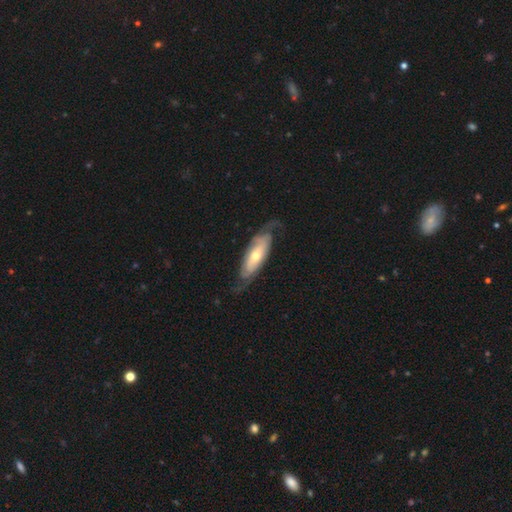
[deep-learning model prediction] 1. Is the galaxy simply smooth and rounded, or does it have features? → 71% featured or disk, 25% smooth, 5% star or artifact.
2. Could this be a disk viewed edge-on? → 82% no, 18% yes.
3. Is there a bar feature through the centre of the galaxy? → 66% no, 22% weak, 12% strong.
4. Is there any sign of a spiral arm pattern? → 85% yes, 15% no.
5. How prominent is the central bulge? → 52% moderate, 41% small, 5% large, 1% dominant, 1% none.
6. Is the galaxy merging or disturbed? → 66% none, 20% minor disturbance, 13% major disturbance, 1% merger.